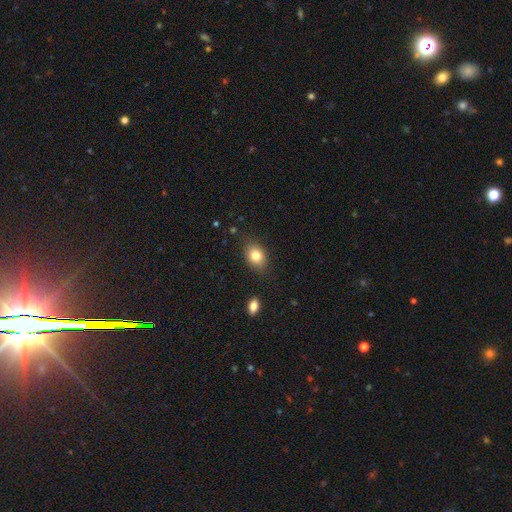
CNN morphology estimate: The model was most divided on "how rounded": in between: 71%, round: 28%, cigar-shaped: 1%. More confident: smooth or featured — smooth (81%); merging — none (81%).